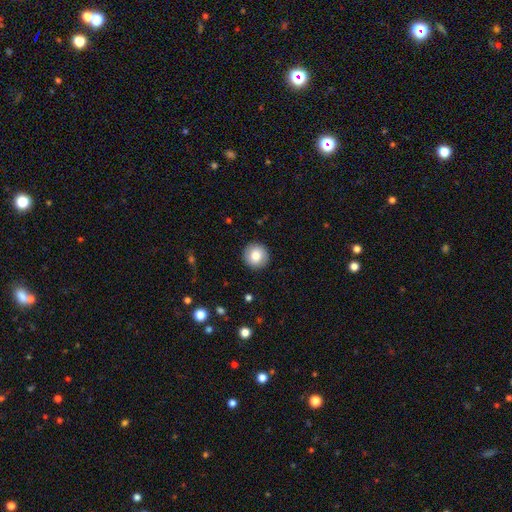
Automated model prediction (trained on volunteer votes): Smooth or featured?
  - smooth: 81% *
  - featured or disk: 12%
  - star or artifact: 8%
How rounded?
  - round: 95% *
  - in between: 4%
  - cigar-shaped: 1%
Merging?
  - none: 91% *
  - minor disturbance: 6%
  - major disturbance: 2%
  - merger: 1%